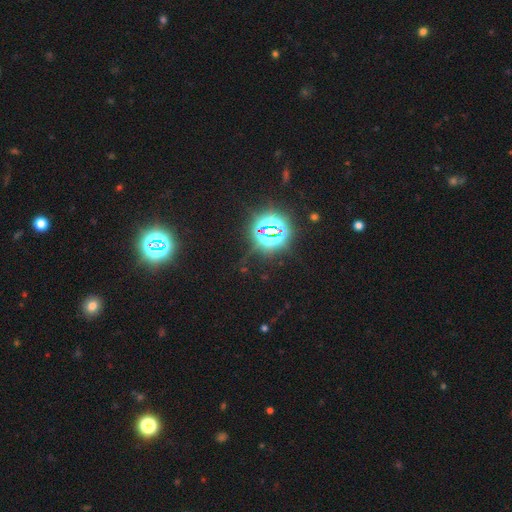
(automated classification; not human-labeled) A star or artifact, not a galaxy (81%).

Vote fractions:
- Smooth or featured? star or artifact: 81% / smooth: 13% / featured or disk: 6%